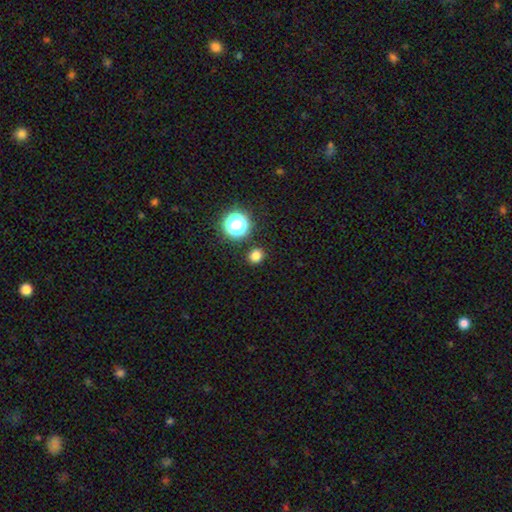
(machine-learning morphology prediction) smooth_or_featured: smooth (p=0.78) [alt: star or artifact p=0.18]
how_rounded: round (p=0.79) [alt: in between p=0.20]
merging: none (p=0.89) [alt: minor disturbance p=0.06]